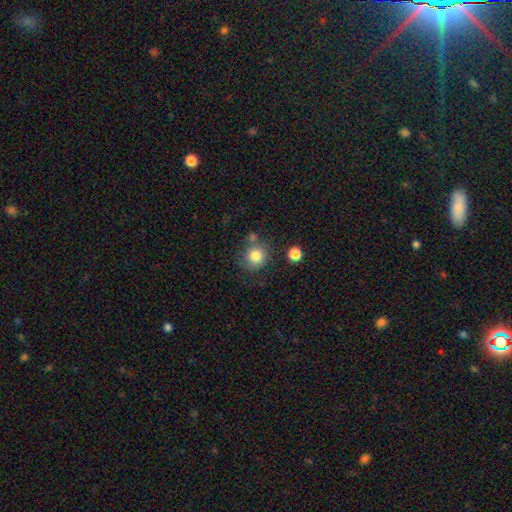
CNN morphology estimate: Smooth or featured? Predicted: smooth (p=0.82). How rounded? Predicted: round (p=0.85). Merging? Predicted: none (p=0.67).